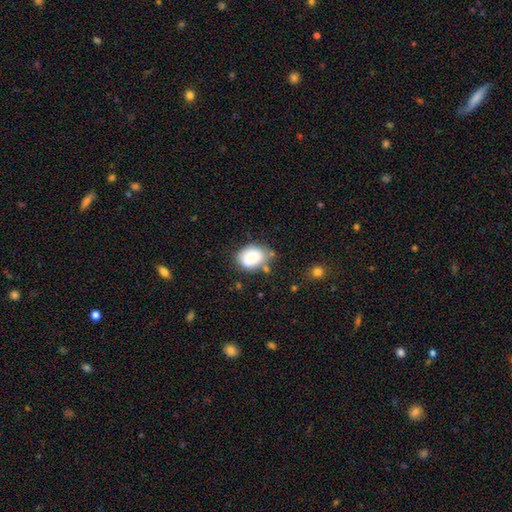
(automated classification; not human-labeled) smooth 75%, featured or disk 17%, star or artifact 8%. Down the decision tree: how rounded — in between (60%); merging — none (63%).